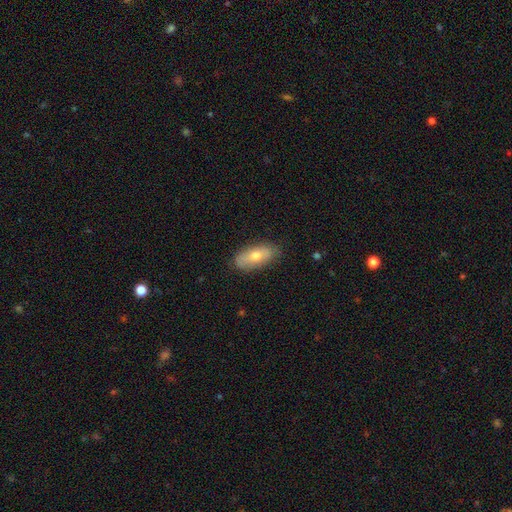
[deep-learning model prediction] smooth-or-featured: smooth: 67% | featured or disk: 26% | star or artifact: 7%
  how-rounded: in between: 83% | cigar-shaped: 14% | round: 3%
  merging: none: 83% | minor disturbance: 13% | major disturbance: 2% | merger: 1%